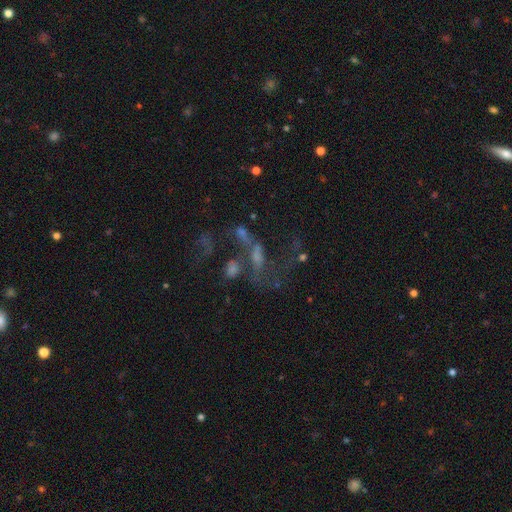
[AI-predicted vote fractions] smooth_or_featured: featured or disk (p=0.51) [alt: star or artifact p=0.30]
disk_edge_on: no (p=0.94) [alt: yes p=0.06]
merging: merger (p=0.32) [alt: major disturbance p=0.29]